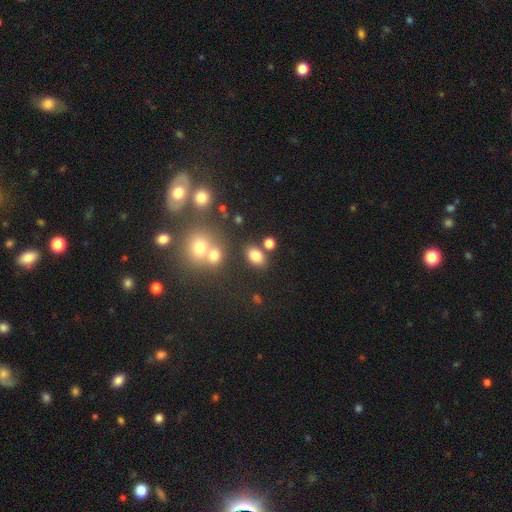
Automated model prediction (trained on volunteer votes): Smooth or featured? Predicted: smooth (p=0.80). How rounded? Predicted: in between (p=0.76). Merging? Predicted: none (p=0.72).